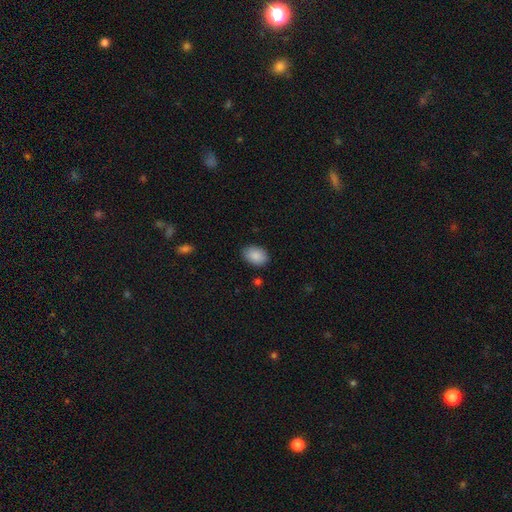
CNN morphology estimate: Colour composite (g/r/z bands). It shows a smooth galaxy with no disk features (89%) that is in between round and cigar-shaped (78%). Merging: none (84%).